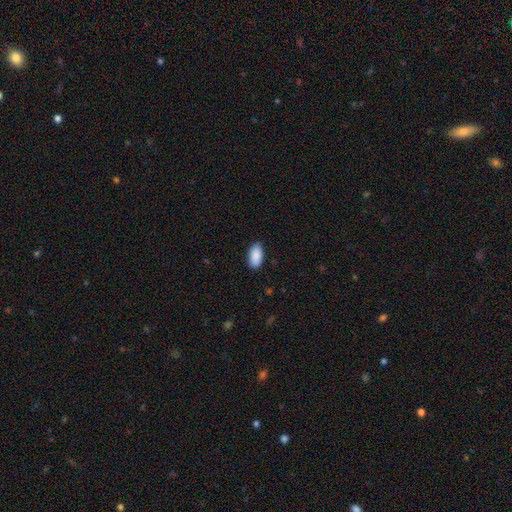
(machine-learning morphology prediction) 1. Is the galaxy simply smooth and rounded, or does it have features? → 91% smooth, 6% star or artifact, 3% featured or disk.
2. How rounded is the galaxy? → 95% in between, 3% round, 2% cigar-shaped.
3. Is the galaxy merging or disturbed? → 85% none, 12% minor disturbance, 2% major disturbance, 1% merger.